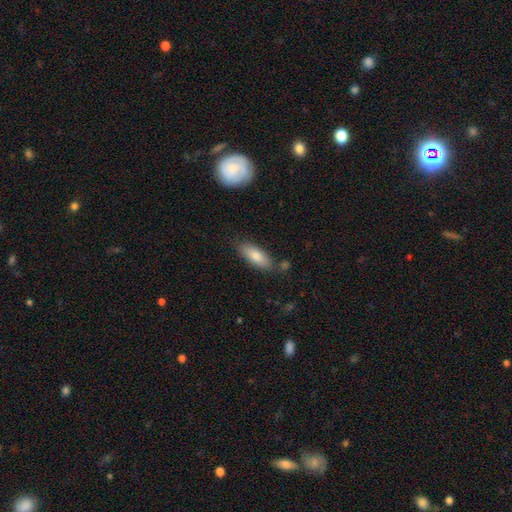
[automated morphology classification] Smooth or featured: smooth — 78% (featured or disk — 15%)
How rounded: in between — 69% (cigar-shaped — 29%)
Merging: none — 78% (minor disturbance — 15%)